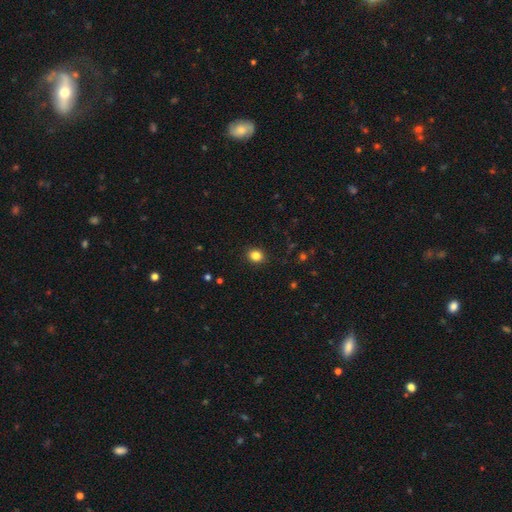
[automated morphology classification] Smooth or featured?
  - smooth: 83% *
  - star or artifact: 12%
  - featured or disk: 5%
How rounded?
  - round: 71% *
  - in between: 28%
  - cigar-shaped: 1%
Merging?
  - none: 91% *
  - minor disturbance: 6%
  - major disturbance: 2%
  - merger: 1%